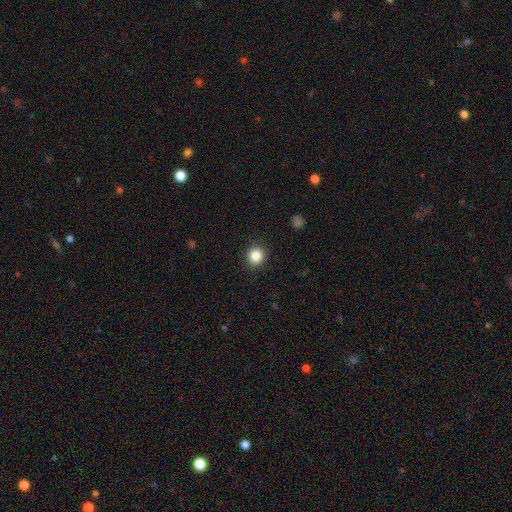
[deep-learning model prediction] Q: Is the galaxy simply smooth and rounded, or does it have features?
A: smooth — 86%.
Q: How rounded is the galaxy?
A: round — 91%.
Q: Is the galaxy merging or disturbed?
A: none — 92%.